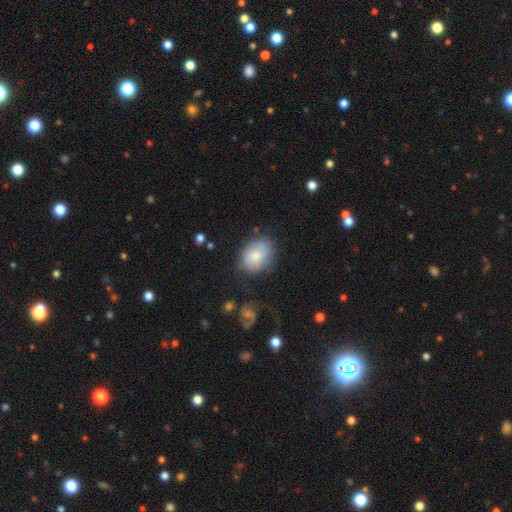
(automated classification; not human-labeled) Morphology: type=smooth (67%); roundness=in between (57%); merging=none (63%).